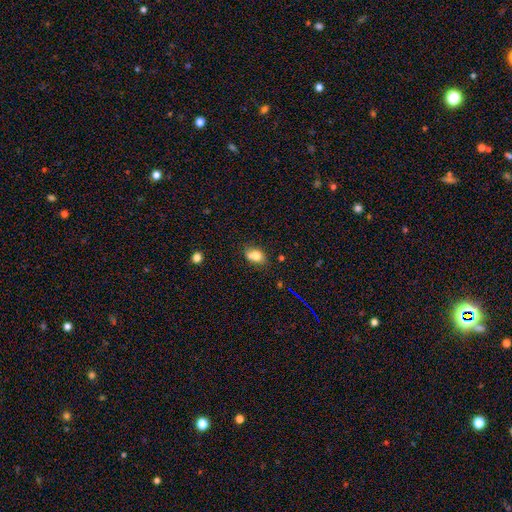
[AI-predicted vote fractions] The model was most divided on "merging": none: 52%, merger: 22%, minor disturbance: 20%, major disturbance: 6%. More confident: smooth or featured — smooth (74%); how rounded — in between (69%).